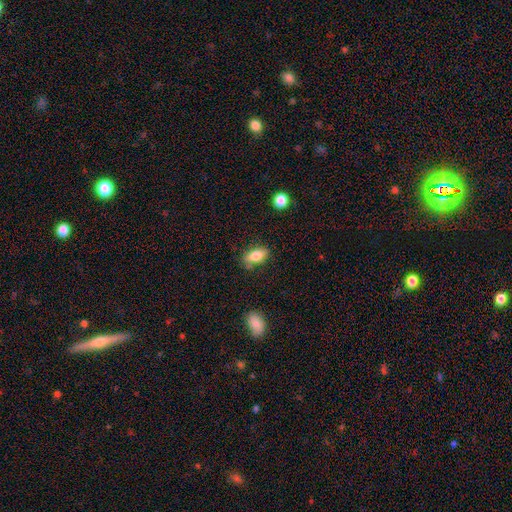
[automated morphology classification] Smooth or featured?
  - smooth: 79% *
  - featured or disk: 14%
  - star or artifact: 7%
How rounded?
  - in between: 86% *
  - cigar-shaped: 10%
  - round: 4%
Merging?
  - none: 76% *
  - minor disturbance: 17%
  - major disturbance: 4%
  - merger: 4%